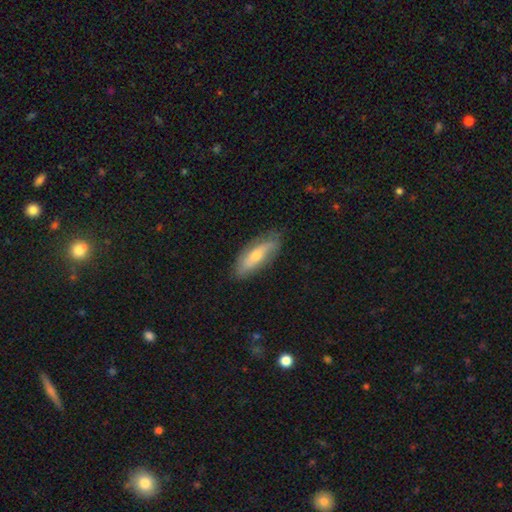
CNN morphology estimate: smooth_or_featured: featured or disk (p=0.48) [alt: smooth p=0.41]
merging: none (p=0.84) [alt: minor disturbance p=0.12]